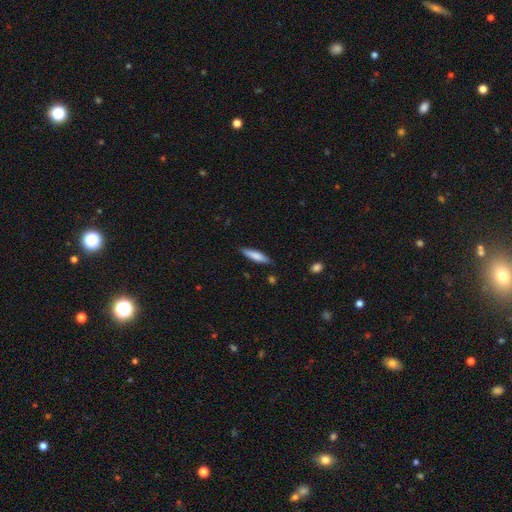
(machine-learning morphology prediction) Overall: smooth (78%). How rounded: cigar-shaped (76%). Merging: none (84%).